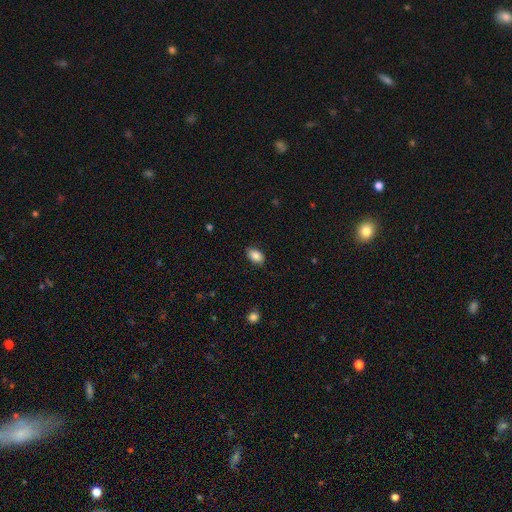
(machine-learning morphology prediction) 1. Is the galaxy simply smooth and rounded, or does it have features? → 85% smooth, 8% star or artifact, 7% featured or disk.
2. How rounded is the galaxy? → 88% in between, 11% round, 1% cigar-shaped.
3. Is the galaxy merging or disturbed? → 84% none, 13% minor disturbance, 2% major disturbance, 1% merger.